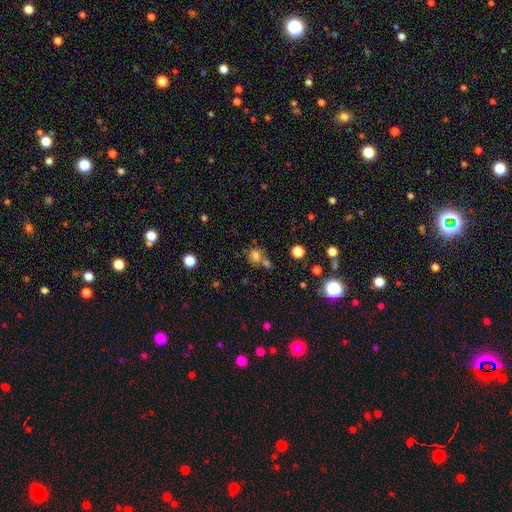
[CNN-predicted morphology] smooth_or_featured: smooth (p=0.72) [alt: star or artifact p=0.18]
how_rounded: round (p=0.69) [alt: in between p=0.30]
merging: none (p=0.47) [alt: merger p=0.35]